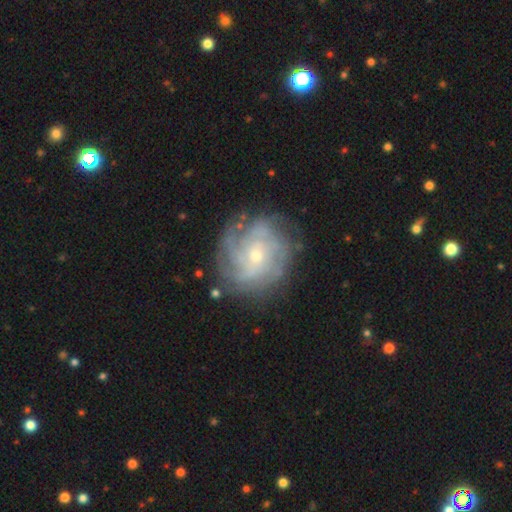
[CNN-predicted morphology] featured or disk 83%, smooth 10%, star or artifact 7%. Down the decision tree: edge-on disk — no (97%); bar — no (75%); spiral arms — yes (95%); spiral arm count — can't tell (33%); spiral winding — tight (67%); bulge size — small (69%); merging — none (77%).